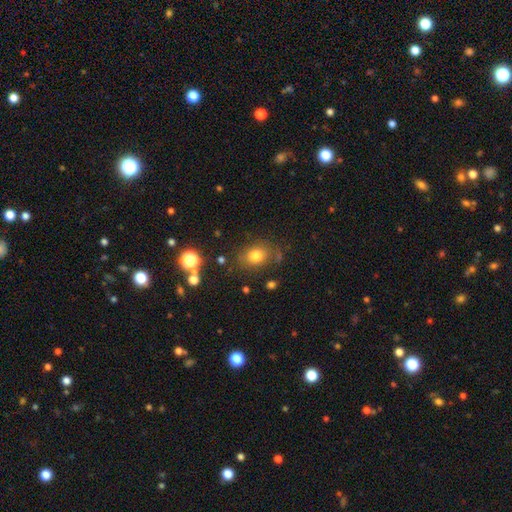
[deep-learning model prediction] Morphology: type=smooth (77%); roundness=in between (51%); merging=none (76%).